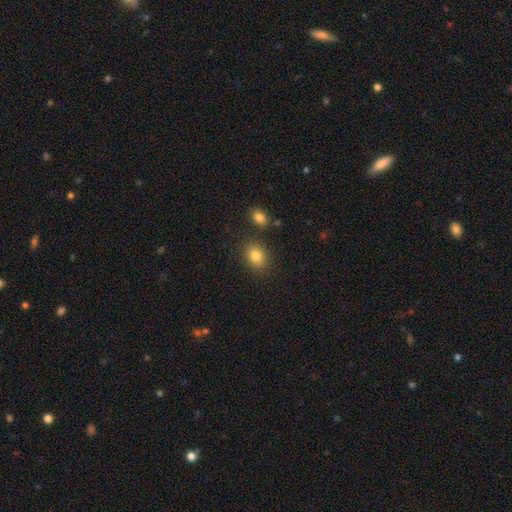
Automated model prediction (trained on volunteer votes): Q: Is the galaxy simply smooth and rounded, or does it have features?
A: smooth — 84%.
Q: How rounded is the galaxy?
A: in between — 55%.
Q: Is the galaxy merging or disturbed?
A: none — 82%.